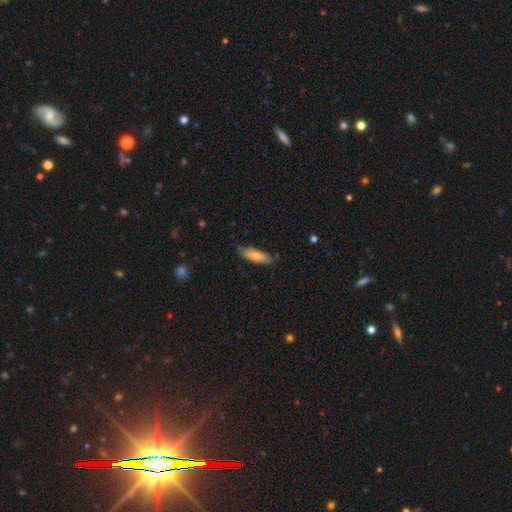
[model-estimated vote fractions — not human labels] Smooth or featured? Predicted: smooth (p=0.76). How rounded? Predicted: cigar-shaped (p=0.53). Merging? Predicted: none (p=0.80).